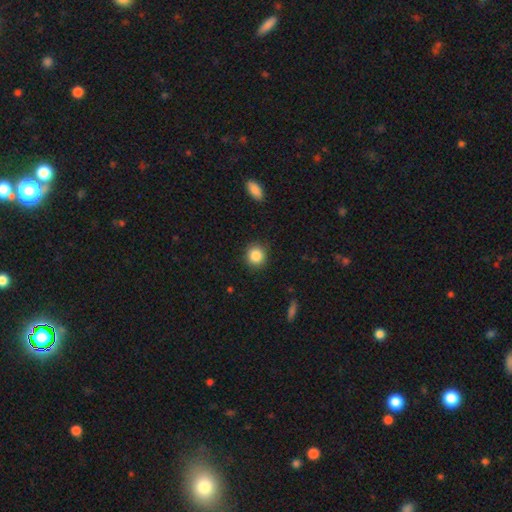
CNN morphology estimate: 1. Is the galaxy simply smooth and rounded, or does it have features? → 86% smooth, 9% star or artifact, 4% featured or disk.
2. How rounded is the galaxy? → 88% round, 11% in between, 1% cigar-shaped.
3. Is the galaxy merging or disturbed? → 89% none, 7% minor disturbance, 2% major disturbance, 1% merger.